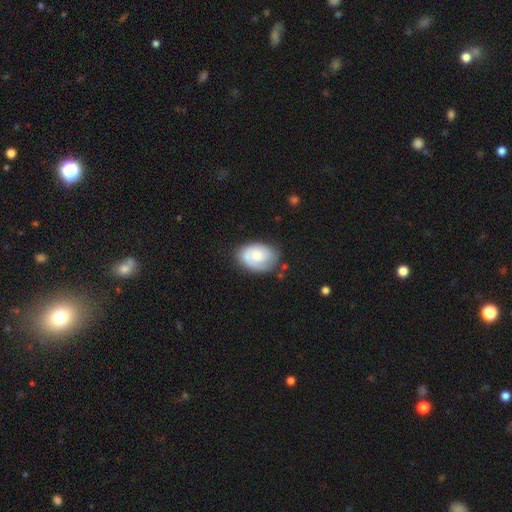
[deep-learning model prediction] The model was most divided on "smooth or featured": featured or disk: 47%, smooth: 46%, star or artifact: 6%. More confident: merging — none (68%).